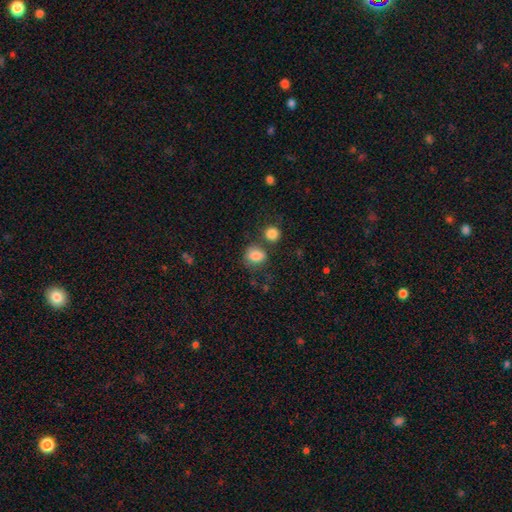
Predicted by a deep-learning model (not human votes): smooth_or_featured: smooth (p=0.84) [alt: star or artifact p=0.10]
how_rounded: round (p=0.62) [alt: in between p=0.37]
merging: none (p=0.59) [alt: merger p=0.18]